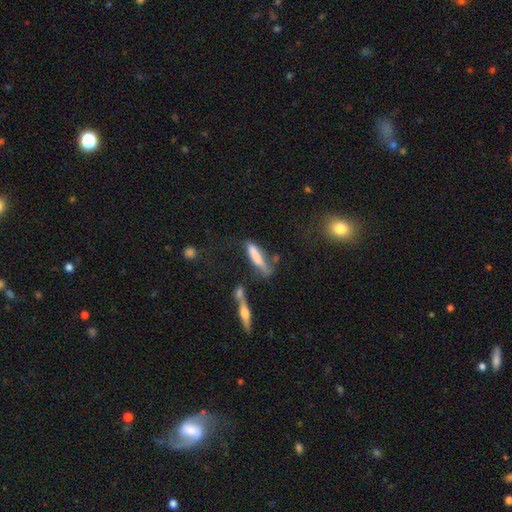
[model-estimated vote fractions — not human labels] smooth-or-featured: smooth: 70% | featured or disk: 21% | star or artifact: 8%
  how-rounded: cigar-shaped: 78% | in between: 21% | round: 2%
  merging: none: 41% | minor disturbance: 23% | merger: 21% | major disturbance: 15%